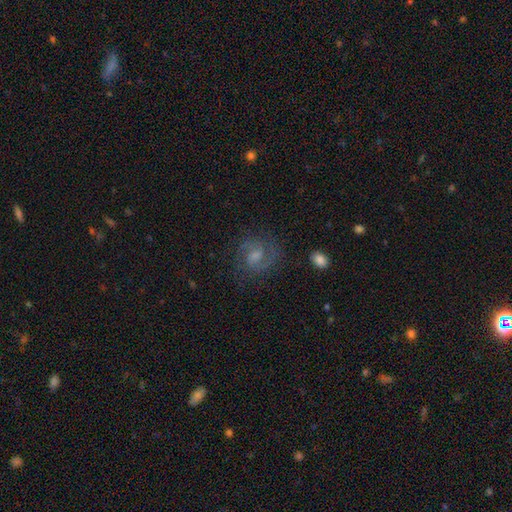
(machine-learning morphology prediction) smooth_or_featured: featured or disk (p=0.79) [alt: smooth p=0.13]
disk_edge_on: no (p=0.98) [alt: yes p=0.02]
bar: weak (p=0.55) [alt: no p=0.34]
has_spiral_arms: yes (p=0.96) [alt: no p=0.04]
spiral_winding: medium (p=0.55) [alt: tight p=0.30]
spiral_arm_count: 2 (p=0.85) [alt: can't tell p=0.06]
bulge_size: small (p=0.42) [alt: moderate p=0.35]
merging: none (p=0.76) [alt: minor disturbance p=0.15]